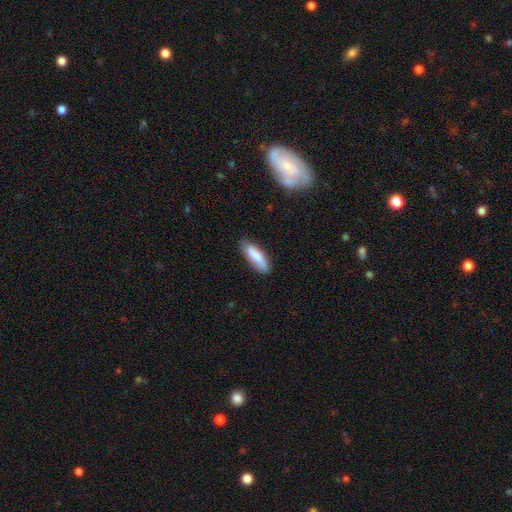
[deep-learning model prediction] A smooth galaxy with no disk features (82%) that is cigar-shaped (54%). Merging: none (80%).